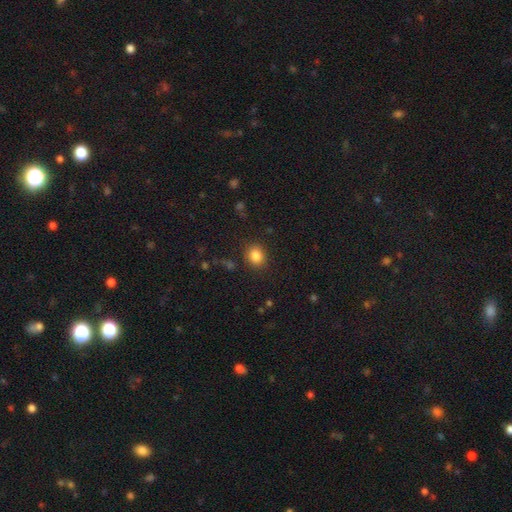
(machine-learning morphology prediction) Q: Smooth or featured?
A: smooth (84%); runner-up: star or artifact (11%)
Q: How rounded?
A: round (63%); runner-up: in between (36%)
Q: Merging?
A: none (86%); runner-up: minor disturbance (9%)